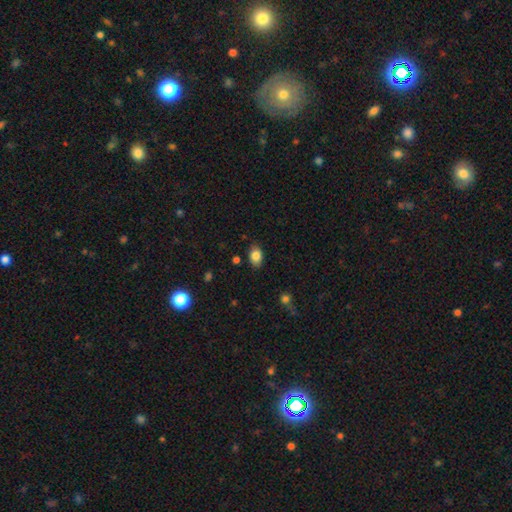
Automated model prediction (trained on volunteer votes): Morphology: type=smooth (84%); roundness=in between (83%); merging=none (83%).